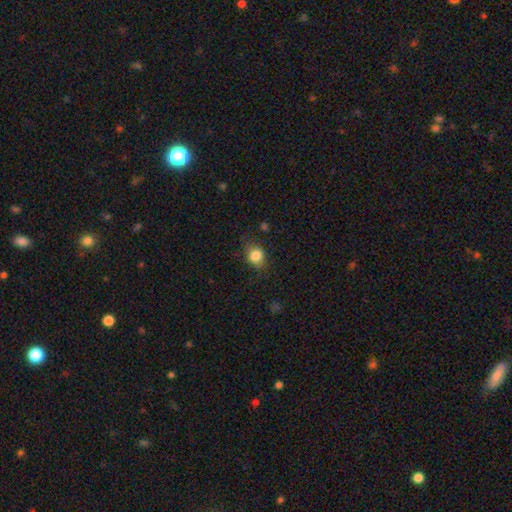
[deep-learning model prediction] A smooth galaxy with no disk features (83%) that is round (50%).

Vote fractions:
- Smooth or featured? smooth: 83% / star or artifact: 10% / featured or disk: 8%
- How rounded? round: 50% / in between: 48% / cigar-shaped: 1%
- Merging? none: 73% / minor disturbance: 20% / major disturbance: 6% / merger: 1%